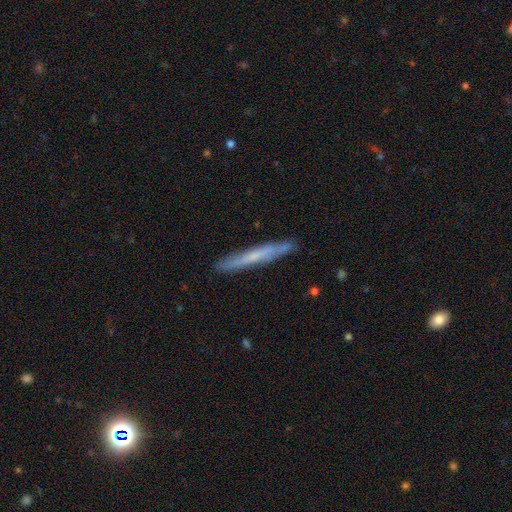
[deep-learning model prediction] A smooth galaxy with no disk features (51%) that is cigar-shaped (96%). Merging: none (88%).